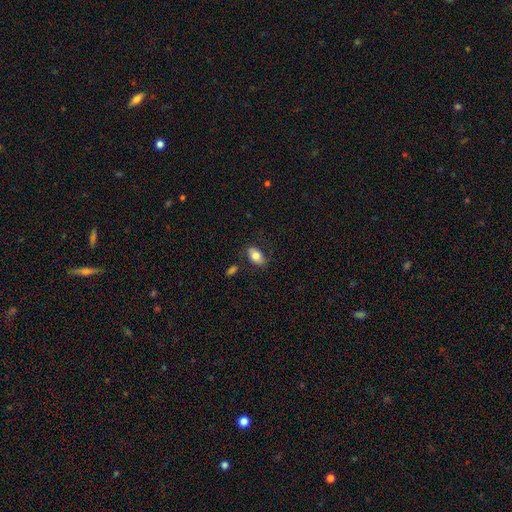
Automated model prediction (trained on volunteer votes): Smooth or featured? Predicted: smooth (p=0.77). How rounded? Predicted: in between (p=0.91). Merging? Predicted: none (p=0.71).